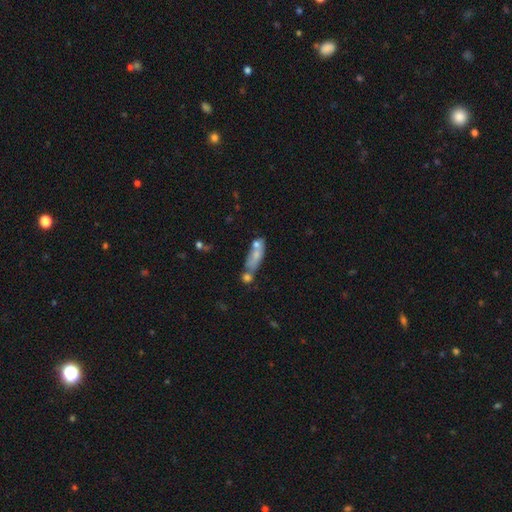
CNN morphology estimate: This appears to be a smooth galaxy with no disk features (62%) that is in between round and cigar-shaped (51%). Merging: none (38%).